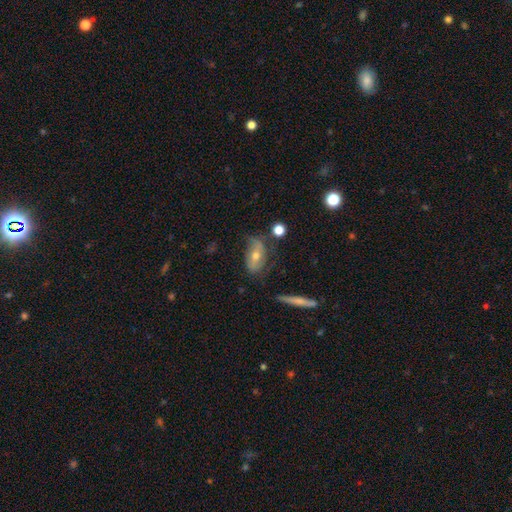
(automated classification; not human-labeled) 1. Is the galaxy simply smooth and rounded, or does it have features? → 47% smooth, 44% featured or disk, 9% star or artifact.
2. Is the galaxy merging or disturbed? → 46% none, 31% minor disturbance, 17% major disturbance, 5% merger.